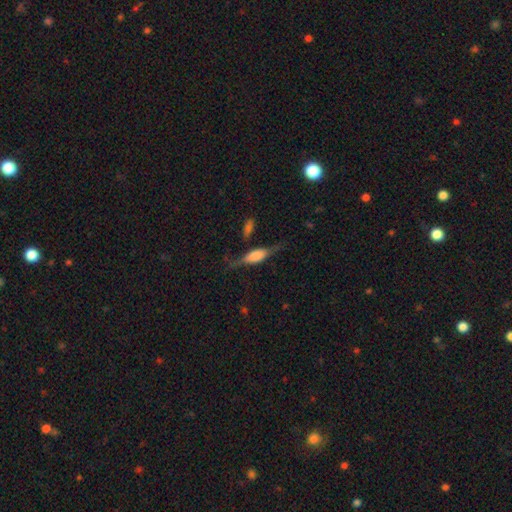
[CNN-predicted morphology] Q: Smooth or featured?
A: featured or disk (57%); runner-up: smooth (35%)
Q: Edge-on disk?
A: yes (90%); runner-up: no (10%)
Q: Edge-on bulge?
A: rounded (62%); runner-up: boxy (33%)
Q: Merging?
A: none (63%); runner-up: minor disturbance (21%)